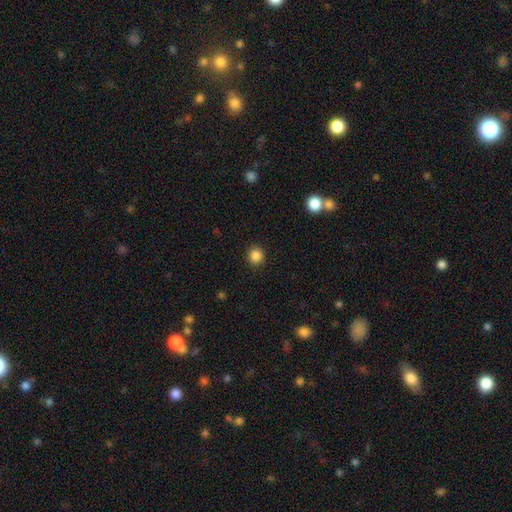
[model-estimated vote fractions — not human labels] A smooth galaxy with no disk features (86%) that is round (92%).

Vote fractions:
- Smooth or featured? smooth: 86% / star or artifact: 11% / featured or disk: 3%
- How rounded? round: 92% / in between: 7% / cigar-shaped: 1%
- Merging? none: 91% / minor disturbance: 6% / major disturbance: 2% / merger: 1%